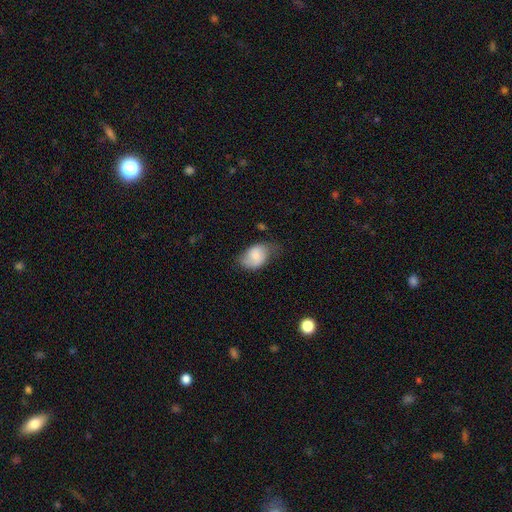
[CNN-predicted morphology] Smooth or featured? Predicted: smooth (p=0.75). How rounded? Predicted: in between (p=0.84). Merging? Predicted: none (p=0.46).